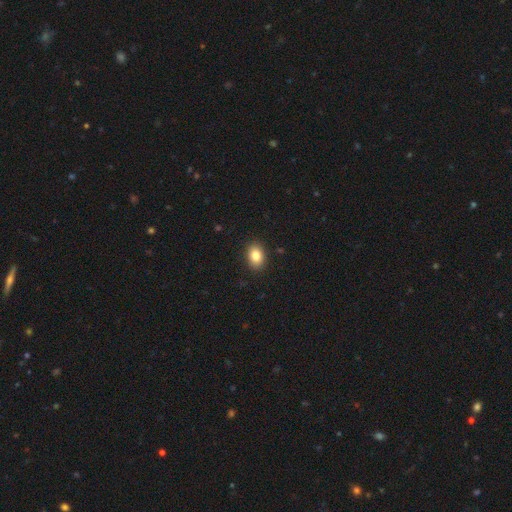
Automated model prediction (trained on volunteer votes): Smooth or featured: smooth — 84% (star or artifact — 9%)
How rounded: in between — 76% (round — 23%)
Merging: none — 89% (minor disturbance — 8%)